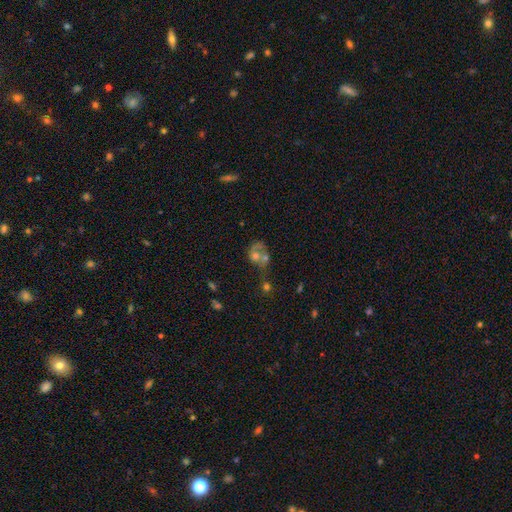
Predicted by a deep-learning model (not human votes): The model was most divided on "smooth or featured": smooth: 43%, featured or disk: 41%, star or artifact: 16%. More confident: merging — merger (51%).